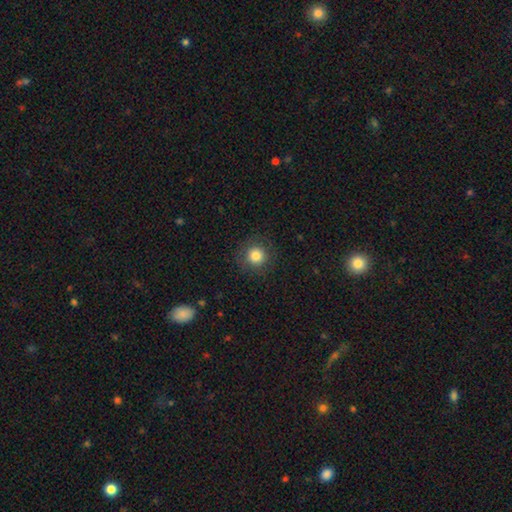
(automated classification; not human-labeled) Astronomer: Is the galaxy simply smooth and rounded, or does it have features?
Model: smooth — 82%.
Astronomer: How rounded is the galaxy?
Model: round — 95%.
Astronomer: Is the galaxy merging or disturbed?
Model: none — 89%.